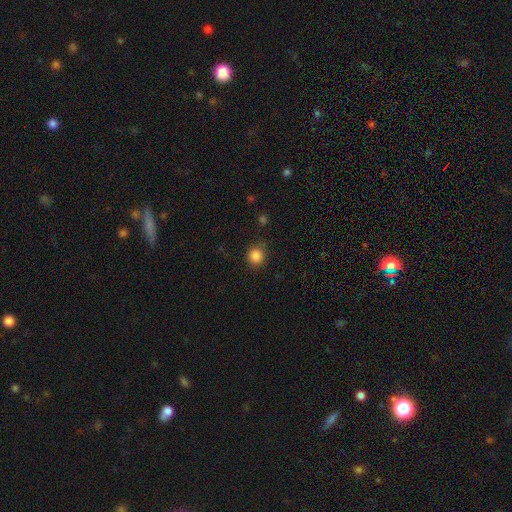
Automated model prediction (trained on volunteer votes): This is clearly a smooth galaxy (85%). How rounded: clearly round (90%). Merging: clearly none (83%).